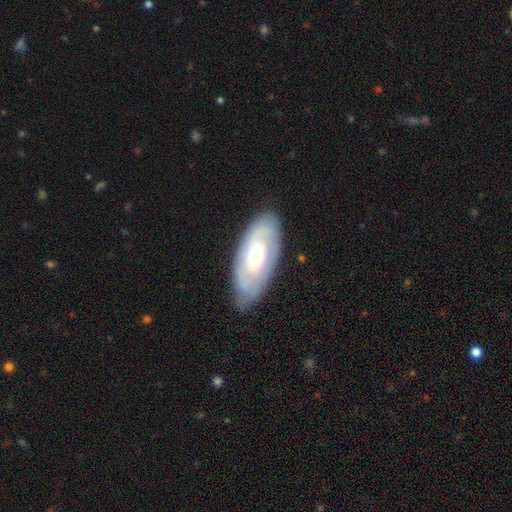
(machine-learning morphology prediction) Smooth or featured: featured or disk — 61% (smooth — 33%)
Edge-on disk: no — 88% (yes — 12%)
Bar: no — 65% (weak — 28%)
Spiral arms: yes — 71% (no — 29%)
Bulge size: moderate — 68% (small — 17%)
Merging: none — 76% (minor disturbance — 18%)